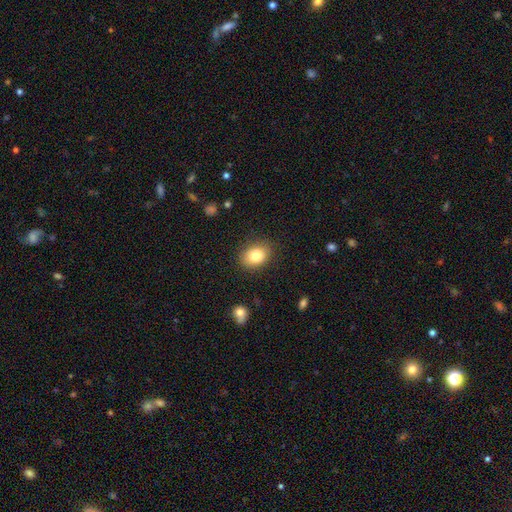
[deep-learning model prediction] Smooth or featured? smooth (81%)
How rounded? in between (66%)
Merging? none (85%)